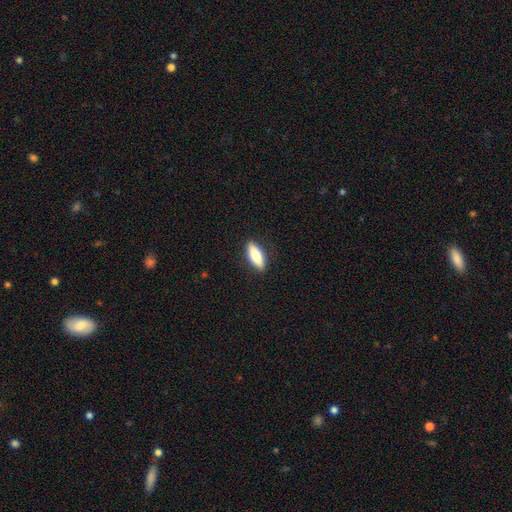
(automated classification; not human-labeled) Smooth or featured: smooth — 70% (featured or disk — 24%)
How rounded: in between — 57% (cigar-shaped — 41%)
Merging: none — 89% (minor disturbance — 8%)